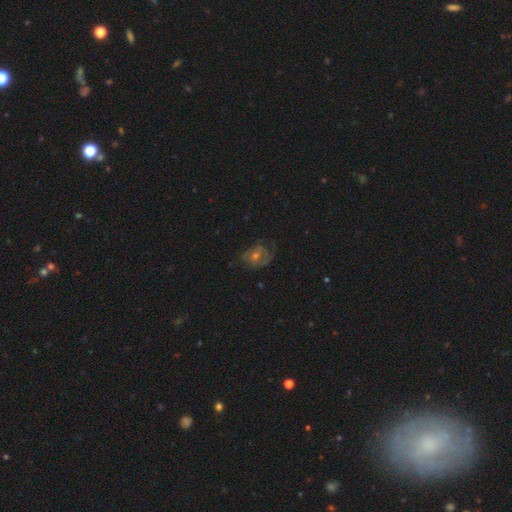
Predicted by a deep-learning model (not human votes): Smooth or featured: featured or disk — 52% (smooth — 29%)
Edge-on disk: no — 96% (yes — 4%)
Merging: none — 62% (minor disturbance — 21%)